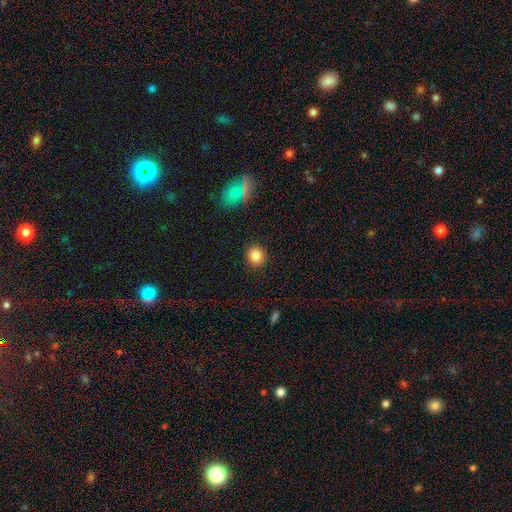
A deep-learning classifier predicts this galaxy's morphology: A smooth galaxy with no disk features (85%) that is round (79%). Merging: none (89%).